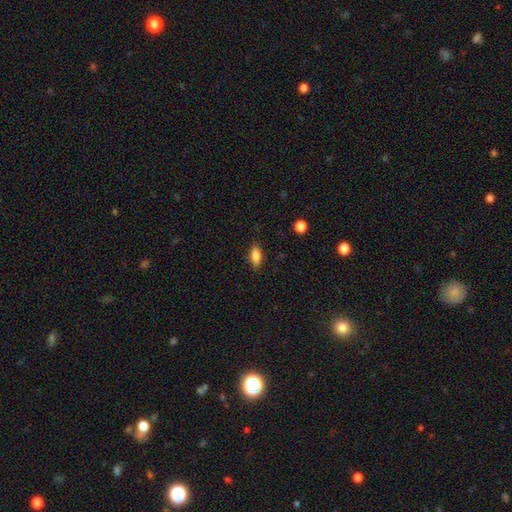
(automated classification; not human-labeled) This is clearly a smooth galaxy (85%). How rounded: clearly in between (81%). Merging: clearly none (84%).